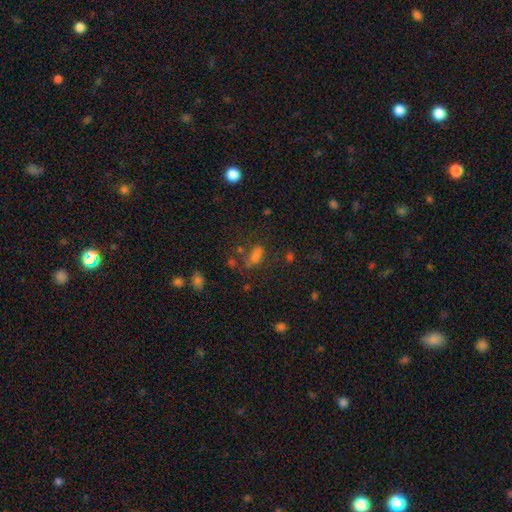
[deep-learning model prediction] A smooth galaxy with no disk features (61%) that is in between round and cigar-shaped (77%). Merging: none (57%).